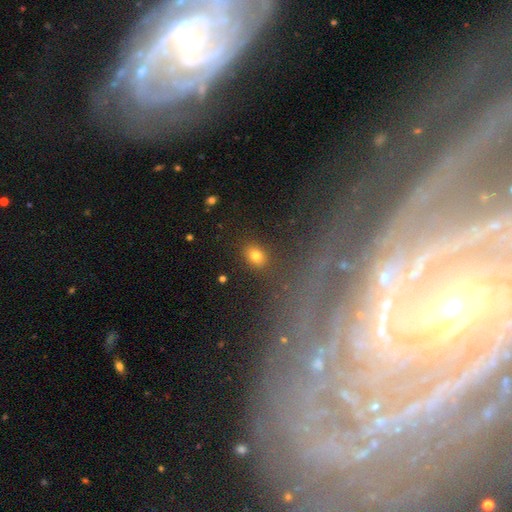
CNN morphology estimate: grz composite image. It shows a smooth galaxy with no disk features (79%) that is in between round and cigar-shaped (64%). Merging: none (86%).